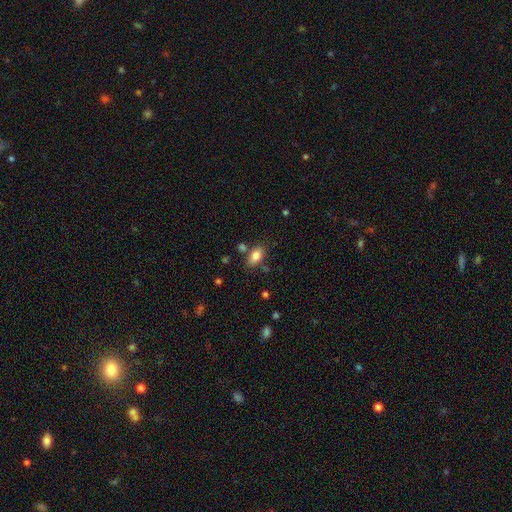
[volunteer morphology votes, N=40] smooth_or_featured: smooth (p=0.80) [alt: star or artifact p=0.12]
how_rounded: in between (p=0.94) [alt: cigar-shaped p=0.06]
merging: none (p=0.69) [alt: minor disturbance p=0.20]